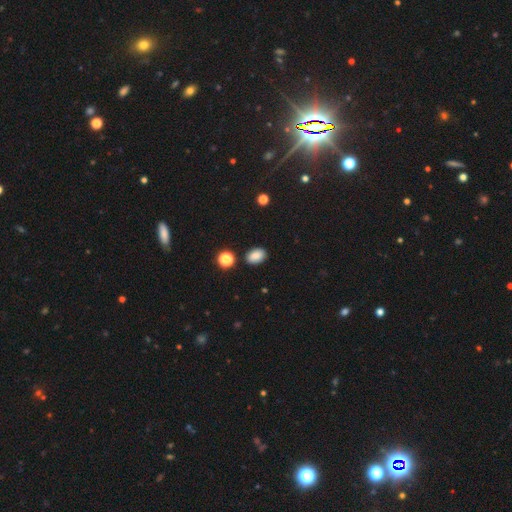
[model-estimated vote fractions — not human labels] Smooth or featured: smooth — 85% (star or artifact — 10%)
How rounded: in between — 82% (round — 17%)
Merging: none — 86% (minor disturbance — 9%)